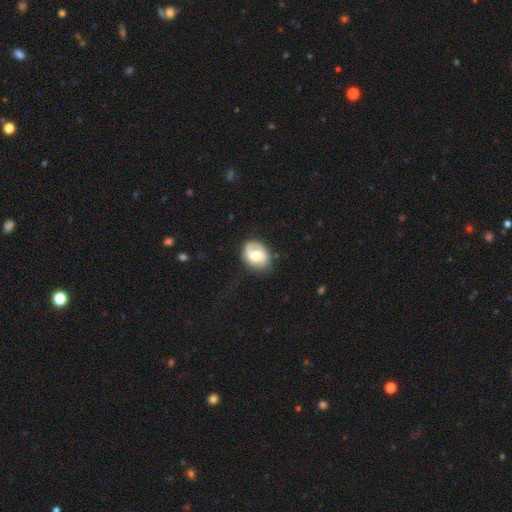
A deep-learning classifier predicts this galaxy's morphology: Q: Smooth or featured?
A: featured or disk (52%); runner-up: smooth (41%)
Q: Edge-on disk?
A: no (97%); runner-up: yes (3%)
Q: Bar?
A: no (45%); runner-up: weak (43%)
Q: Spiral arms?
A: yes (80%); runner-up: no (20%)
Q: Bulge size?
A: moderate (51%); runner-up: large (30%)
Q: Merging?
A: none (63%); runner-up: minor disturbance (24%)